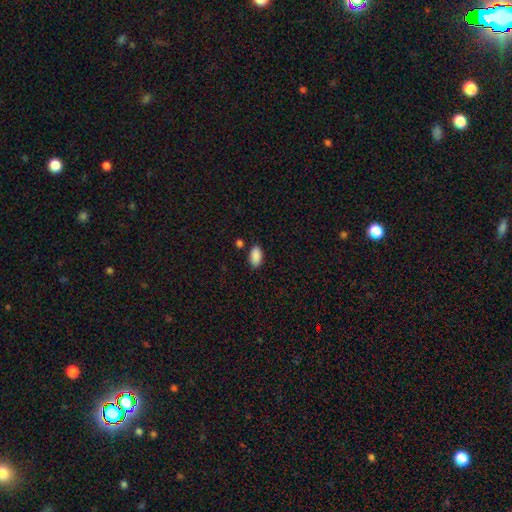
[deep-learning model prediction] Smooth or featured: smooth — 89% (star or artifact — 7%)
How rounded: in between — 94% (round — 3%)
Merging: none — 83% (minor disturbance — 11%)